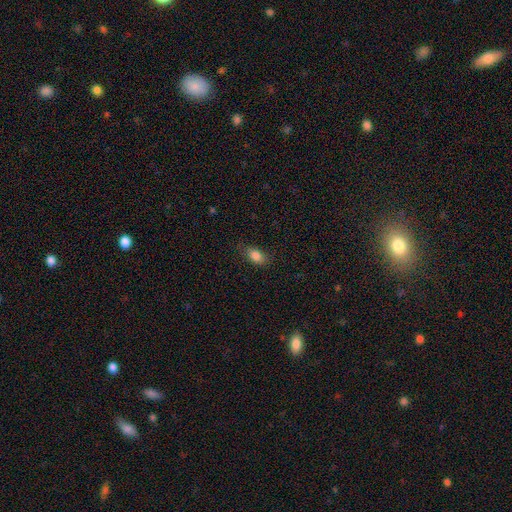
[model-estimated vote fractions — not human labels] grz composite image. It shows a smooth galaxy with no disk features (84%) that is in between round and cigar-shaped (87%). Merging: none (78%).